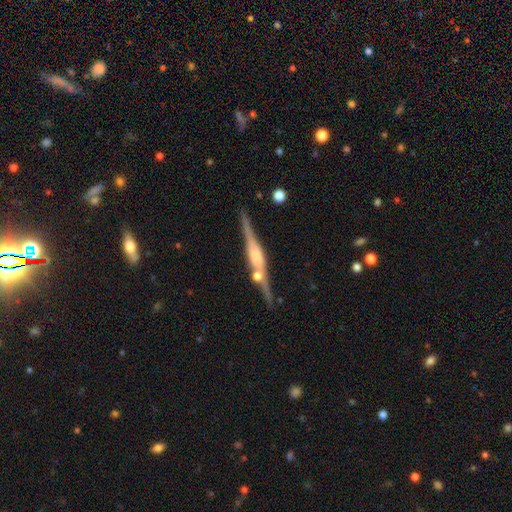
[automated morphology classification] This is clearly a featured or disk galaxy (81%). It is clearly viewed edge-on (97%). Edge-on bulge: likely rounded (64%). Merging: likely none (80%).